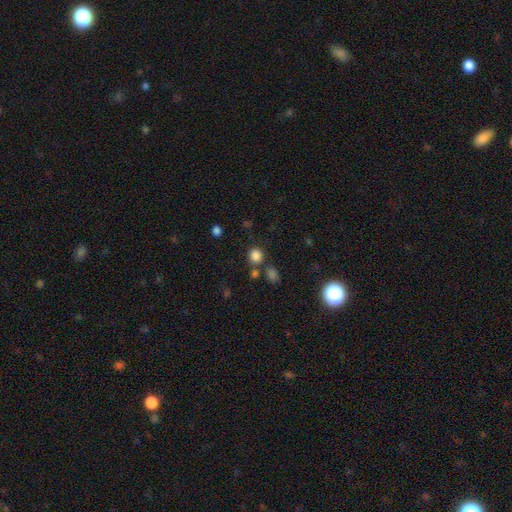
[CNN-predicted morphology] smooth 81%, star or artifact 14%, featured or disk 4%. Down the decision tree: how rounded — round (84%); merging — none (74%).